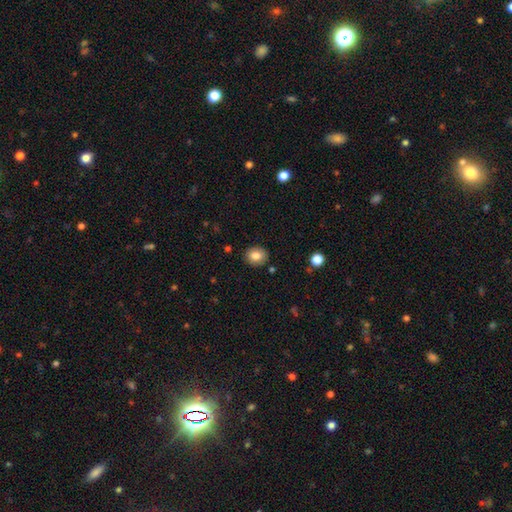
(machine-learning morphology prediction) This appears to be a smooth galaxy with no disk features (82%) that is round (63%). Merging: none (88%).